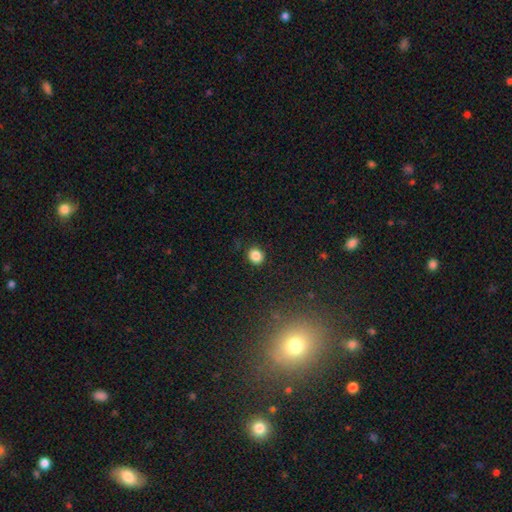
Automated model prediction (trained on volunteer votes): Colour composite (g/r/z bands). It shows a smooth galaxy with no disk features (85%) that is round (82%). Merging: none (90%).